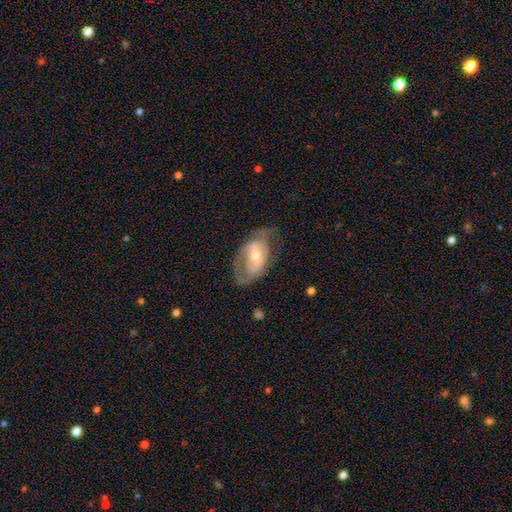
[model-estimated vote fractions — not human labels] Smooth or featured? featured or disk (64%)
Edge-on disk? no (92%)
Bar? no (45%)
Spiral arms? yes (55%)
Bulge size? moderate (60%)
Merging? none (50%)